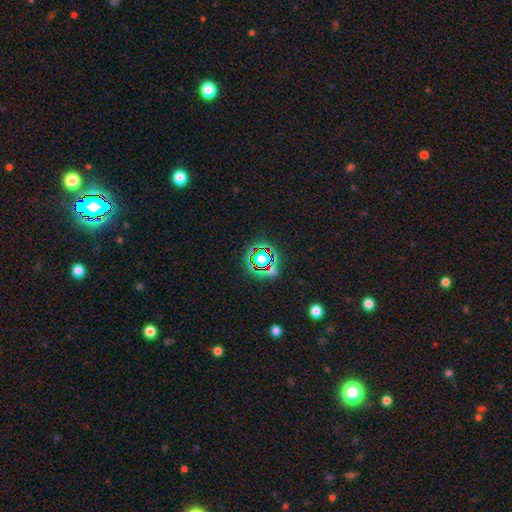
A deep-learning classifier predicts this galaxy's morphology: Q: Smooth or featured?
A: star or artifact (62%); runner-up: smooth (27%)